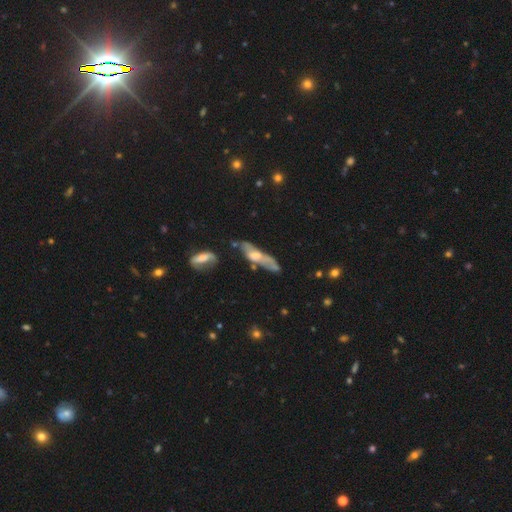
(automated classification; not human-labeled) This is possibly a featured or disk galaxy (52%). It is possibly not viewed edge-on (55%). Merging: possibly none (45%).